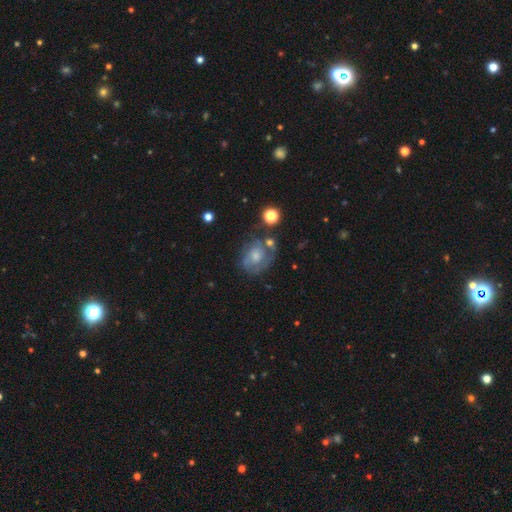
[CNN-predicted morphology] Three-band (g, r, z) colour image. It shows a featured or disk galaxy (52%) with no bar (78%), spiral arms (66%) and a moderate central bulge (47%). Merging: none (49%).